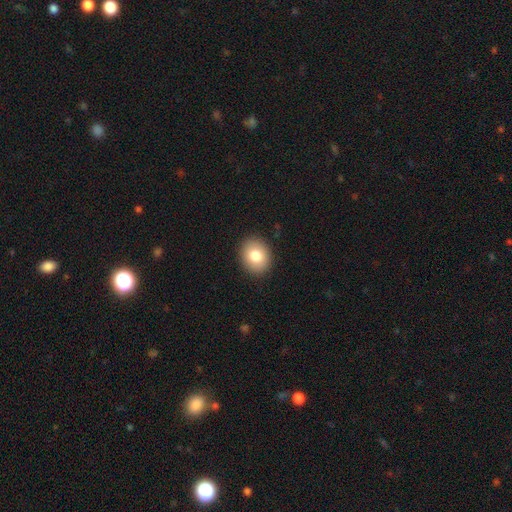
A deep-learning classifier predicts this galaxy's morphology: Q: Smooth or featured?
A: smooth (81%); runner-up: featured or disk (10%)
Q: How rounded?
A: round (54%); runner-up: in between (45%)
Q: Merging?
A: none (90%); runner-up: minor disturbance (7%)